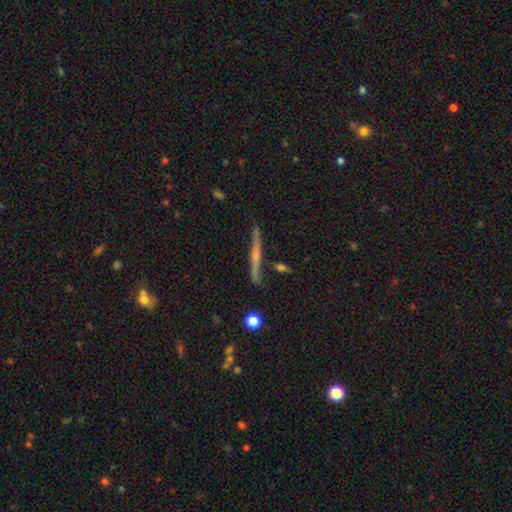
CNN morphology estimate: featured or disk 73%, smooth 18%, star or artifact 9%. Down the decision tree: edge-on disk — yes (96%); edge-on bulge — rounded (69%); merging — none (85%).